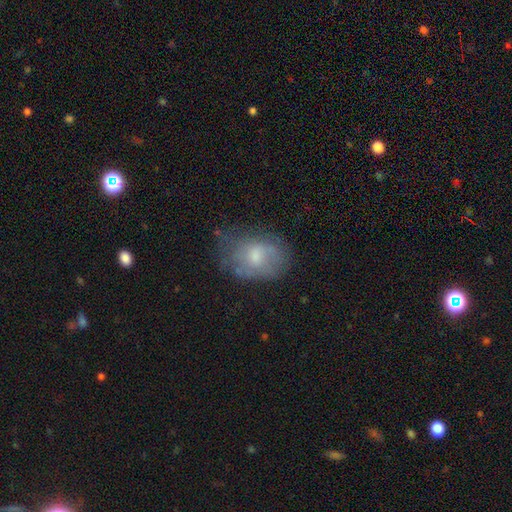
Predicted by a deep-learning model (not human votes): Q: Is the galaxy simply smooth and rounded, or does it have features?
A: smooth — 56%.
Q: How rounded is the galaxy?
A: in between — 71%.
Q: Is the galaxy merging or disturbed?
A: none — 50%.